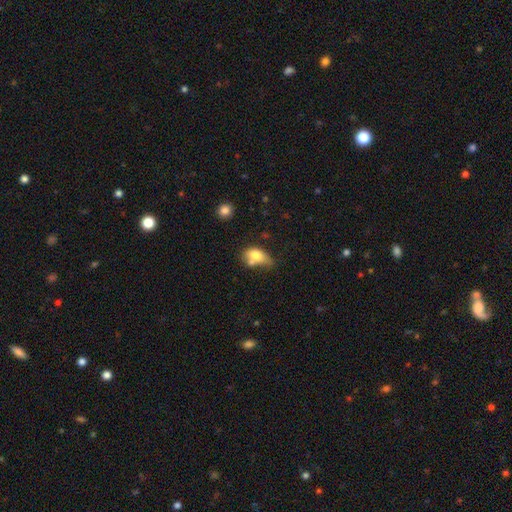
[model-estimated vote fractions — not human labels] smooth_or_featured: smooth (p=0.72) [alt: featured or disk p=0.19]
how_rounded: in between (p=0.79) [alt: round p=0.17]
merging: merger (p=0.30) [alt: minor disturbance p=0.27]